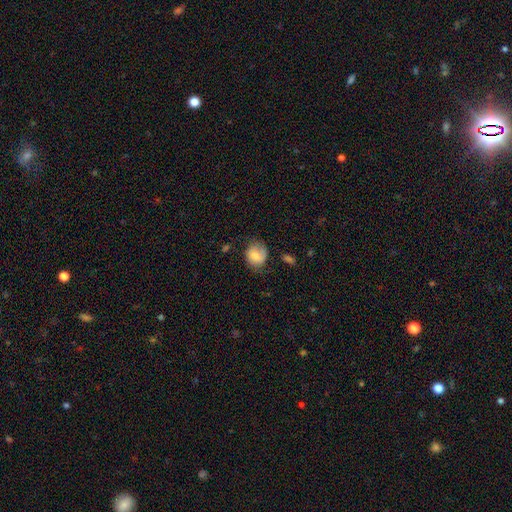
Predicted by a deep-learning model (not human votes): A smooth galaxy with no disk features (72%) that is round (66%). Merging: none (56%).